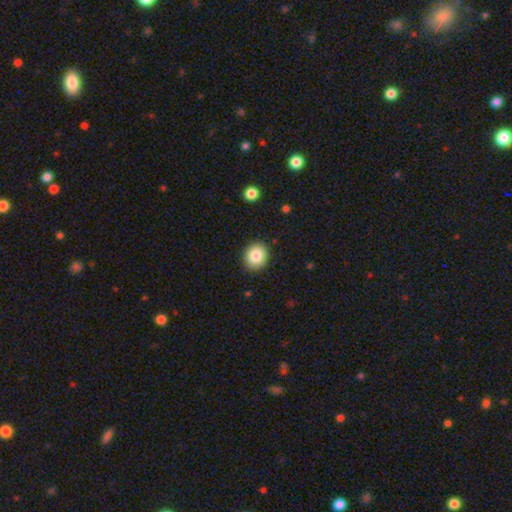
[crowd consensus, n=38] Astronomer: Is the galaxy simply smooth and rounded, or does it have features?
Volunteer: smooth — 84%.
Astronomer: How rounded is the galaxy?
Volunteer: round — 78%.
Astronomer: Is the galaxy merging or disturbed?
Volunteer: none — 83%.